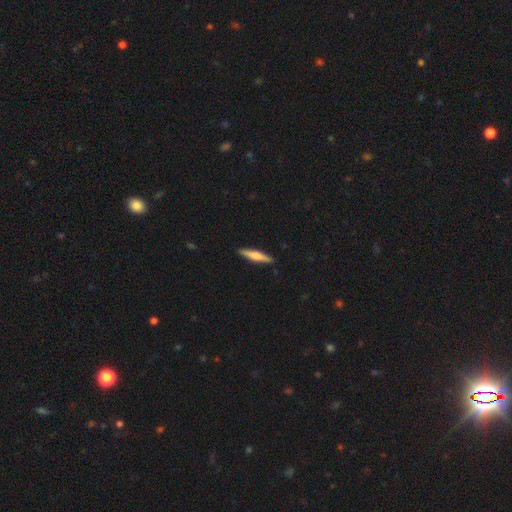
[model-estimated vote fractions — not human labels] smooth-or-featured: featured or disk: 50% | smooth: 44% | star or artifact: 5%
  disk-edge-on: yes: 97% | no: 3%
  merging: none: 91% | minor disturbance: 6% | major disturbance: 1% | merger: 1%